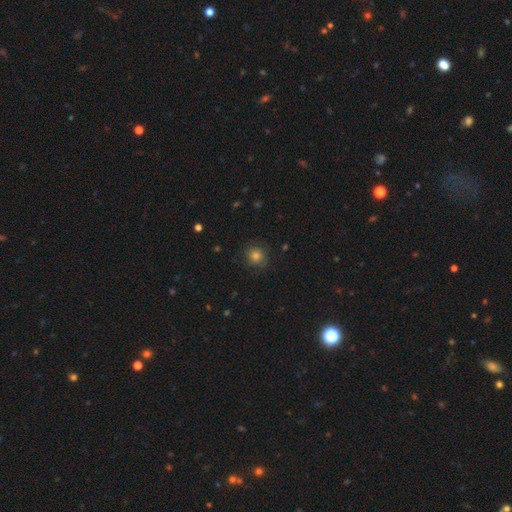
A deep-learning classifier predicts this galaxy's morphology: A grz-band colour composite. It shows a smooth galaxy with no disk features (78%) that is round (90%). Merging: none (86%).